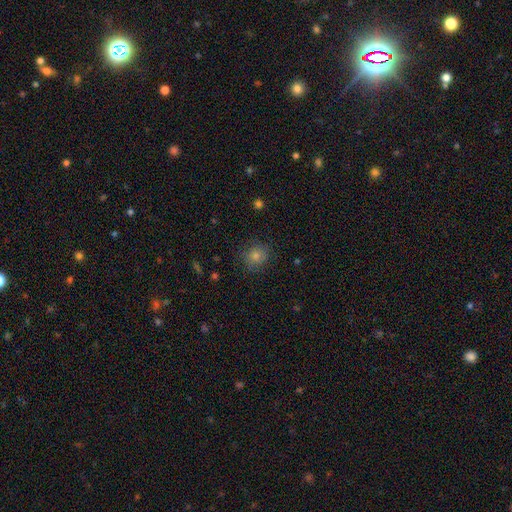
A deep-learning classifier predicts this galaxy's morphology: Smooth or featured: smooth — 70% (star or artifact — 21%)
How rounded: round — 86% (in between — 13%)
Merging: none — 85% (minor disturbance — 11%)